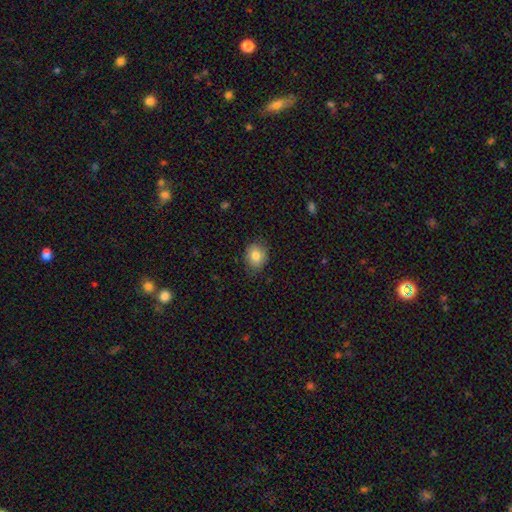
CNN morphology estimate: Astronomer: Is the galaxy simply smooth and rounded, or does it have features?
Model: smooth — 81%.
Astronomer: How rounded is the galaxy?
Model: round — 66%.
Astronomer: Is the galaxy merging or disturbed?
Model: none — 81%.